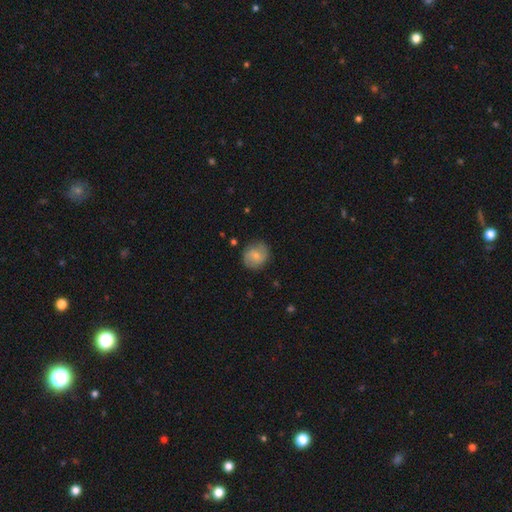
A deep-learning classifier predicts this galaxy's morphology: smooth 62%, featured or disk 30%, star or artifact 7%. Down the decision tree: how rounded — round (80%); merging — none (81%).